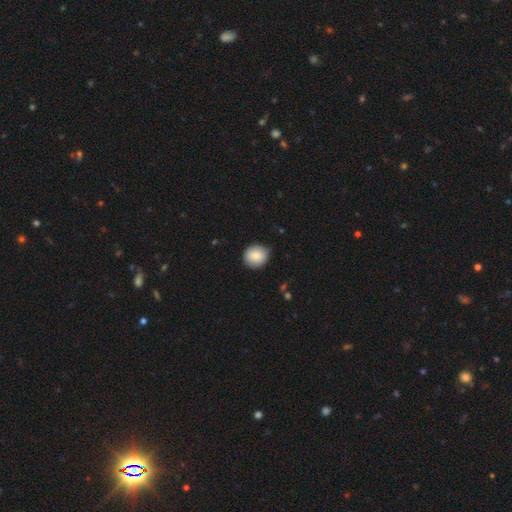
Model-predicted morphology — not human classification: Overall: smooth (82%). How rounded: round (80%). Merging: none (84%).